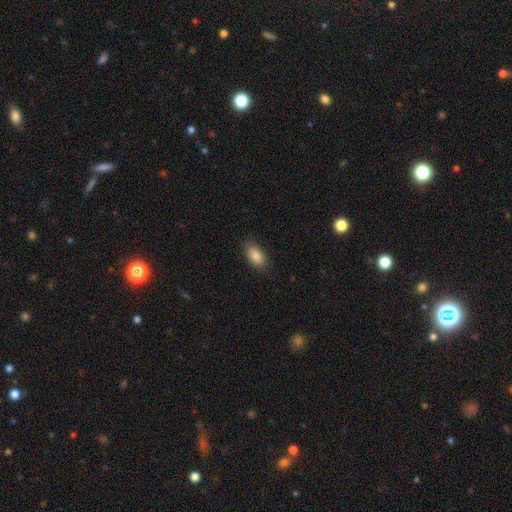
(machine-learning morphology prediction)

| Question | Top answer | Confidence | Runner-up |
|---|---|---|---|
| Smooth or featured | smooth | 88% | star or artifact (7%) |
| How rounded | in between | 93% | round (4%) |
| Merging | none | 86% | minor disturbance (10%) |